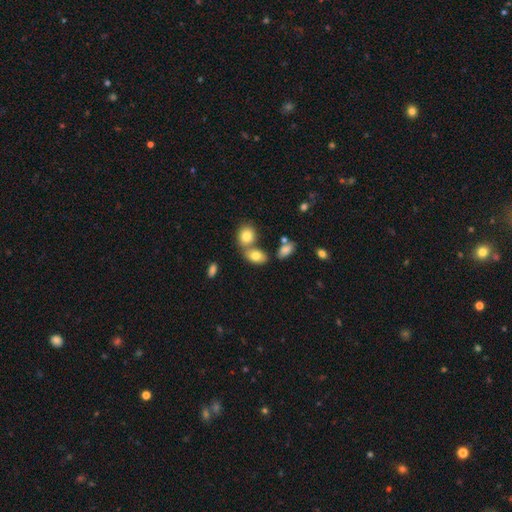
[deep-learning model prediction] Q: Smooth or featured?
A: smooth (79%); runner-up: featured or disk (12%)
Q: How rounded?
A: in between (84%); runner-up: round (14%)
Q: Merging?
A: none (47%); runner-up: merger (38%)